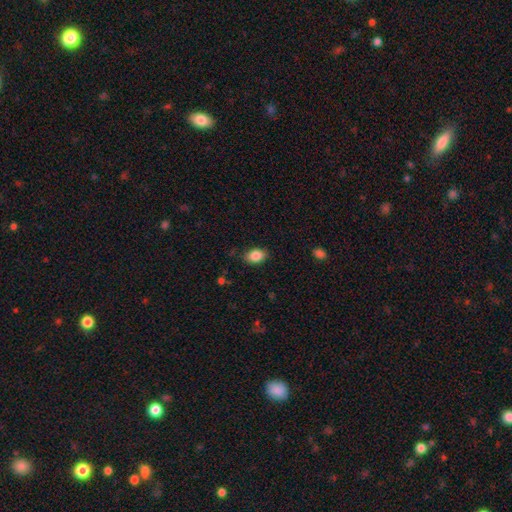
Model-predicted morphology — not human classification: Smooth or featured? smooth (87%)
How rounded? in between (84%)
Merging? none (84%)